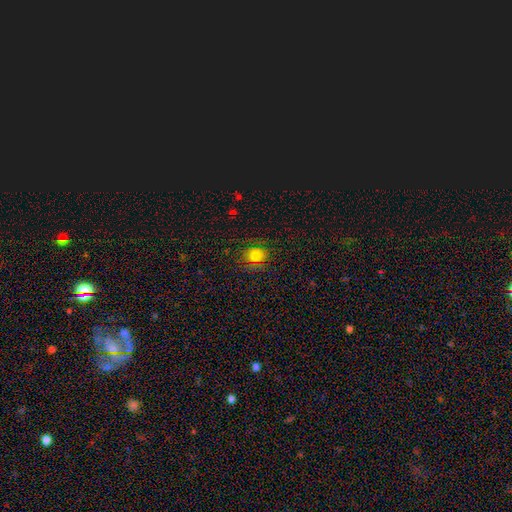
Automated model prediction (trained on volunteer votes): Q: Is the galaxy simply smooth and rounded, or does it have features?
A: smooth — 72%.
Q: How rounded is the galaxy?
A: round — 72%.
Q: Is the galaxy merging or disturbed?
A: none — 79%.